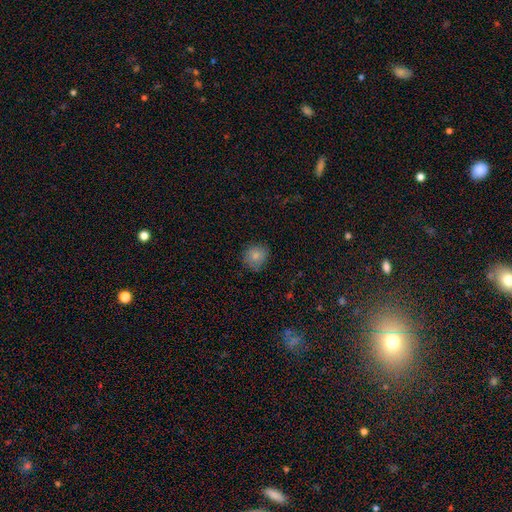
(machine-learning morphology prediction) A smooth galaxy with no disk features (82%) that is round (82%).

Vote fractions:
- Smooth or featured? smooth: 82% / star or artifact: 10% / featured or disk: 8%
- How rounded? round: 82% / in between: 17% / cigar-shaped: 1%
- Merging? none: 81% / minor disturbance: 15% / major disturbance: 3% / merger: 1%